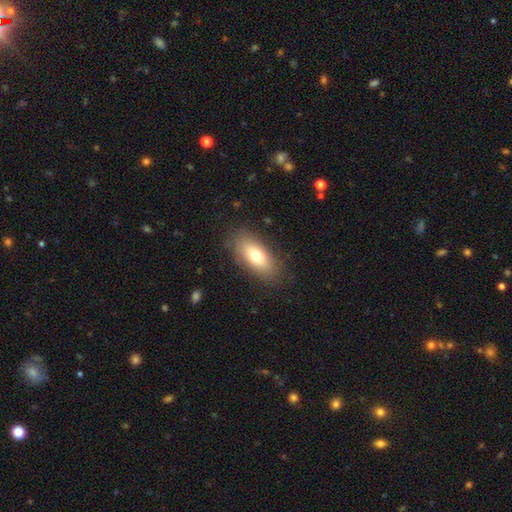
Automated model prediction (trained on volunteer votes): This appears to be a smooth galaxy with no disk features (72%) that is in between round and cigar-shaped (87%). Merging: none (82%).